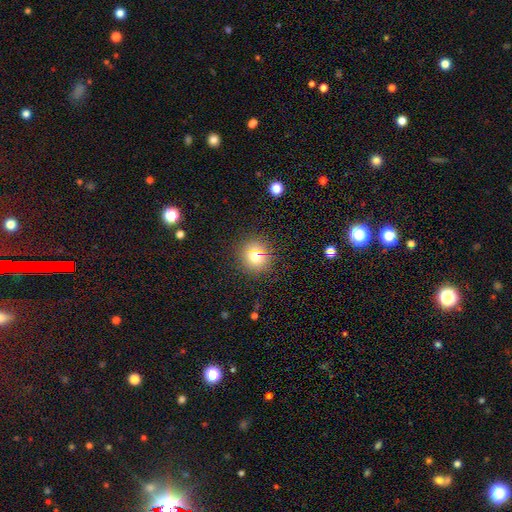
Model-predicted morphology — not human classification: Smooth or featured?
  - smooth: 71% *
  - star or artifact: 18%
  - featured or disk: 10%
How rounded?
  - round: 90% *
  - in between: 8%
  - cigar-shaped: 1%
Merging?
  - none: 88% *
  - minor disturbance: 7%
  - major disturbance: 3%
  - merger: 2%